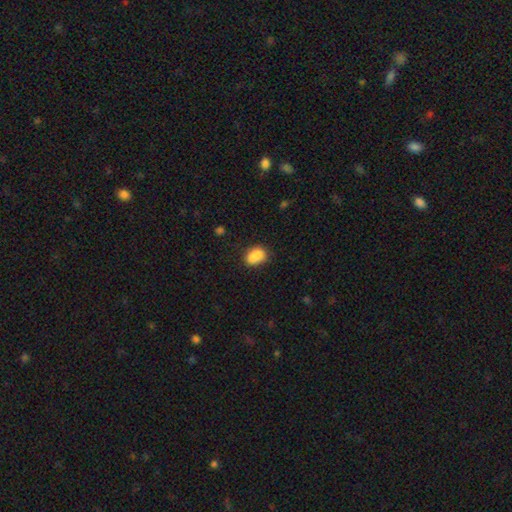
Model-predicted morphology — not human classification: Smooth or featured: smooth — 80% (featured or disk — 11%)
How rounded: in between — 69% (round — 29%)
Merging: none — 46% (merger — 29%)